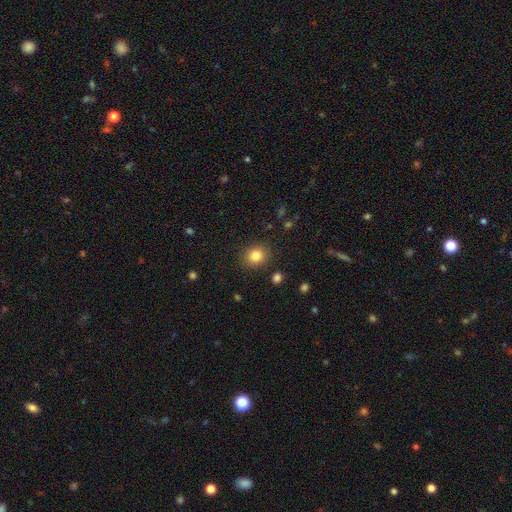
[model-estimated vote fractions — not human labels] The model was most divided on "how rounded": round: 72%, in between: 27%, cigar-shaped: 1%. More confident: merging — none (87%); smooth or featured — smooth (83%).